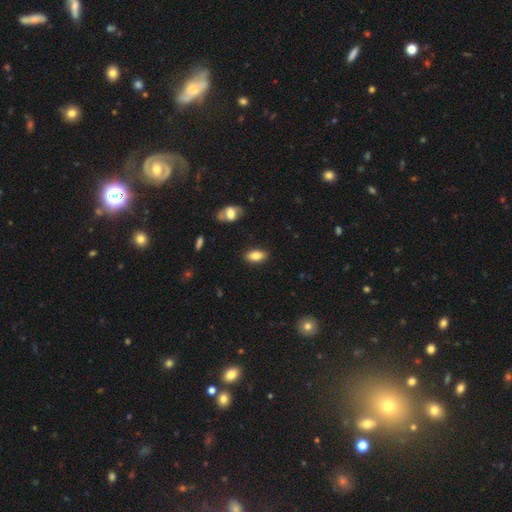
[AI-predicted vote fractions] smooth-or-featured: smooth: 83% | featured or disk: 9% | star or artifact: 8%
  how-rounded: in between: 89% | cigar-shaped: 7% | round: 4%
  merging: none: 87% | minor disturbance: 9% | major disturbance: 2% | merger: 1%